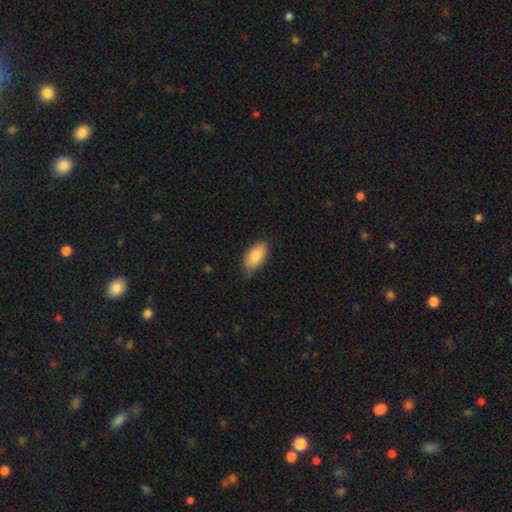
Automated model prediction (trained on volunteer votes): smooth-or-featured: smooth: 84% | featured or disk: 10% | star or artifact: 7%
  how-rounded: in between: 93% | round: 4% | cigar-shaped: 3%
  merging: none: 67% | minor disturbance: 28% | major disturbance: 4% | merger: 1%